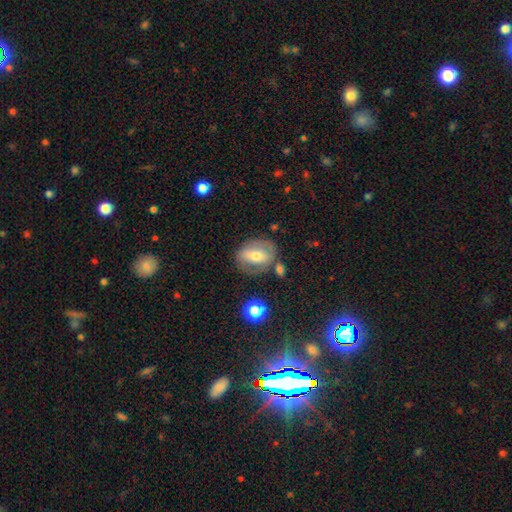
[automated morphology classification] smooth_or_featured: smooth (p=0.46) [alt: featured or disk p=0.45]
merging: none (p=0.67) [alt: minor disturbance p=0.17]